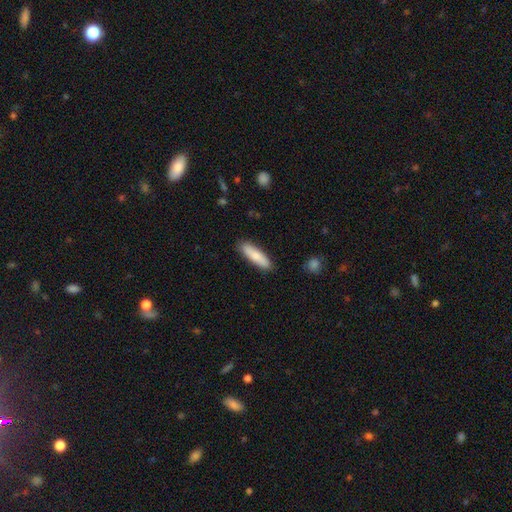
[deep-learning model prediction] A smooth galaxy with no disk features (80%) that is cigar-shaped (68%).

Vote fractions:
- Smooth or featured? smooth: 80% / featured or disk: 14% / star or artifact: 5%
- How rounded? cigar-shaped: 68% / in between: 30% / round: 2%
- Merging? none: 88% / minor disturbance: 9% / major disturbance: 2% / merger: 1%